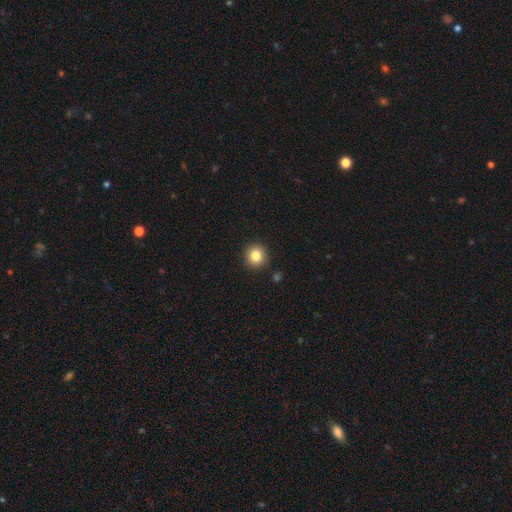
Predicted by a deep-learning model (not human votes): This appears to be a smooth galaxy with no disk features (83%) that is round (94%). Merging: none (91%).